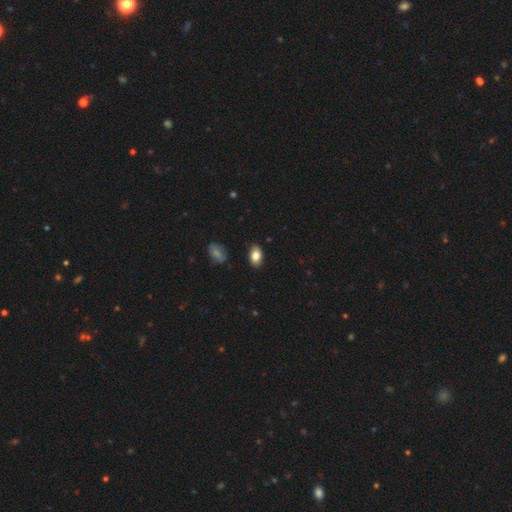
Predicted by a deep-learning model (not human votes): A smooth galaxy with no disk features (83%) that is in between round and cigar-shaped (90%).

Vote fractions:
- Smooth or featured? smooth: 83% / featured or disk: 10% / star or artifact: 8%
- How rounded? in between: 90% / round: 8% / cigar-shaped: 2%
- Merging? none: 86% / minor disturbance: 10% / major disturbance: 2% / merger: 1%